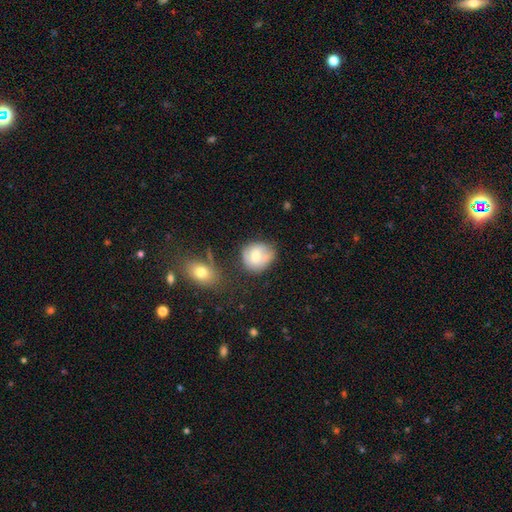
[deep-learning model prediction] Smooth or featured: smooth — 65% (featured or disk — 27%)
How rounded: round — 75% (in between — 24%)
Merging: none — 52% (minor disturbance — 27%)